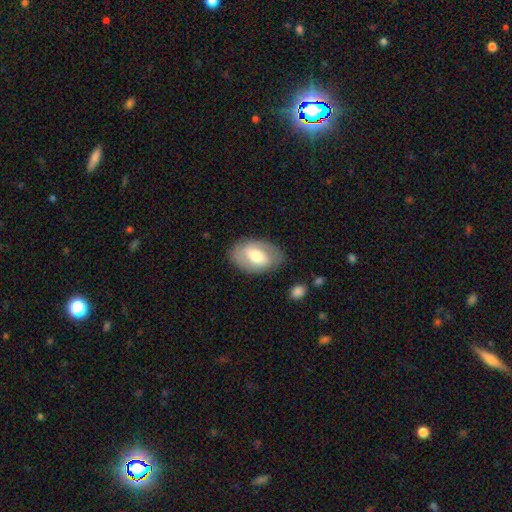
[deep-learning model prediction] This appears to be a smooth galaxy with no disk features (51%) that is in between round and cigar-shaped (89%). Merging: none (80%).